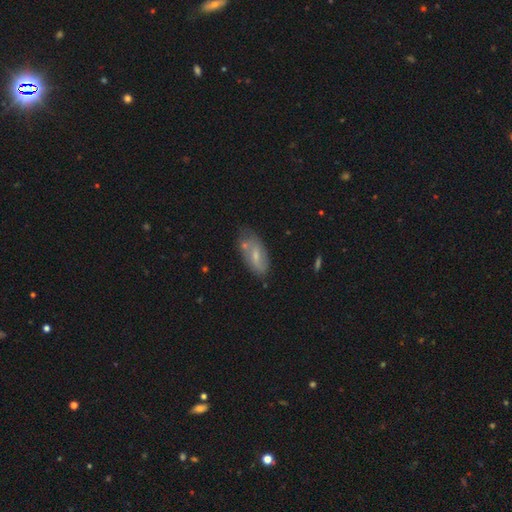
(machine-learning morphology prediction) Overall: featured or disk (50%; smooth 42%). Merging: none (60%; minor disturbance 23%).